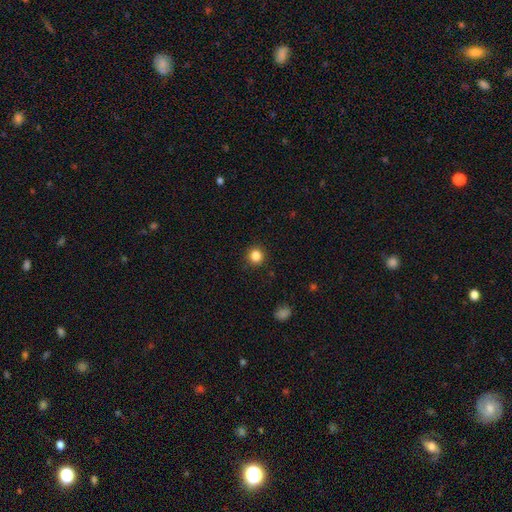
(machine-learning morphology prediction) A smooth galaxy with no disk features (84%) that is round (92%).

Vote fractions:
- Smooth or featured? smooth: 84% / star or artifact: 12% / featured or disk: 4%
- How rounded? round: 92% / in between: 7% / cigar-shaped: 1%
- Merging? none: 91% / minor disturbance: 6% / major disturbance: 2% / merger: 1%